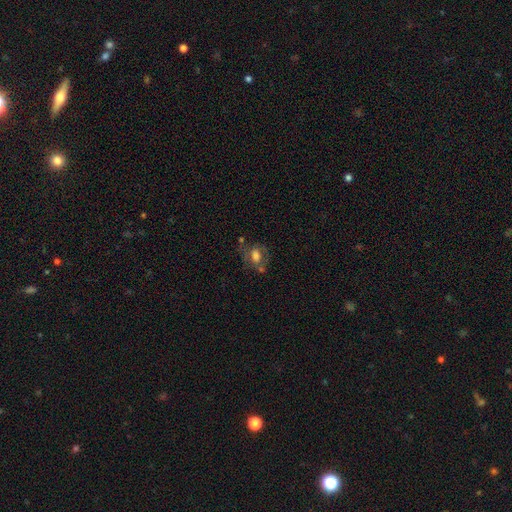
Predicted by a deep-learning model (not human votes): Smooth or featured?
  - smooth: 52% *
  - featured or disk: 38%
  - star or artifact: 11%
How rounded?
  - in between: 72% *
  - round: 25%
  - cigar-shaped: 3%
Merging?
  - none: 47% *
  - minor disturbance: 22%
  - merger: 15%
  - major disturbance: 15%